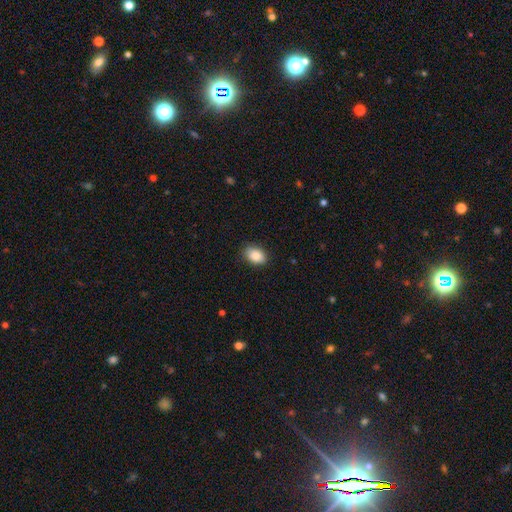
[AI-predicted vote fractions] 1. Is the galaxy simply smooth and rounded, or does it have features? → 86% smooth, 8% star or artifact, 6% featured or disk.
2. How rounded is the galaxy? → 80% in between, 18% round, 1% cigar-shaped.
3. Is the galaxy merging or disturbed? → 87% none, 10% minor disturbance, 2% major disturbance, 1% merger.